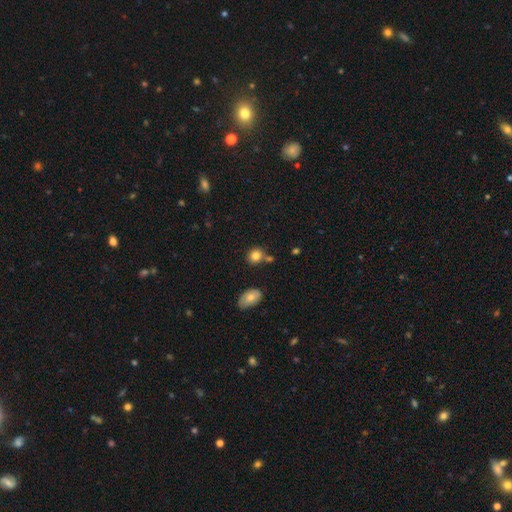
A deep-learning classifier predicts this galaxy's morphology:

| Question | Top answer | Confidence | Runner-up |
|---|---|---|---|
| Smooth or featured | smooth | 83% | star or artifact (10%) |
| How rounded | round | 74% | in between (25%) |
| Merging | none | 68% | merger (16%) |